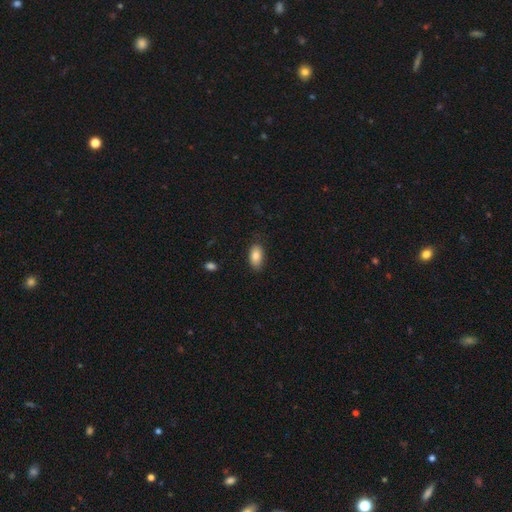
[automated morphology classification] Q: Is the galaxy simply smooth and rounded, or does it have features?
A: smooth — 84%.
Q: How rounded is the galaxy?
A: in between — 93%.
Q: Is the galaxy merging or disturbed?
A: none — 82%.